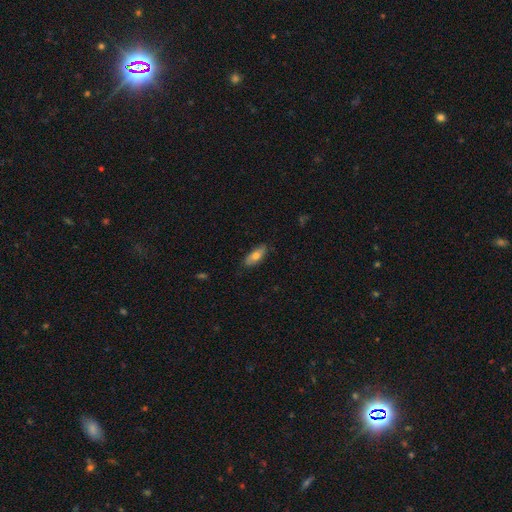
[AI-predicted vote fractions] A smooth galaxy with no disk features (72%) that is in between round and cigar-shaped (75%). Merging: none (83%).